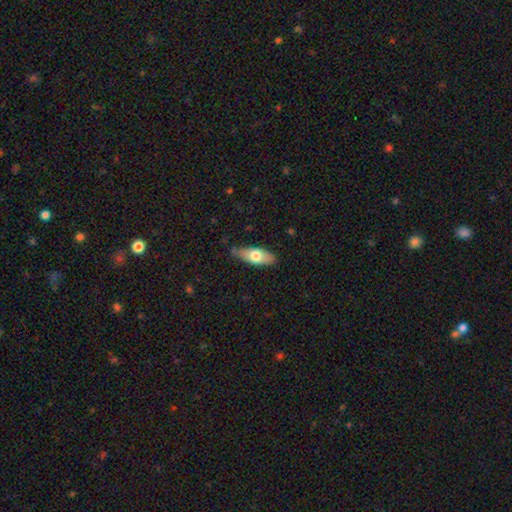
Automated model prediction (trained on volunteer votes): smooth_or_featured: smooth (p=0.66) [alt: featured or disk p=0.28]
how_rounded: in between (p=0.75) [alt: cigar-shaped p=0.23]
merging: none (p=0.73) [alt: minor disturbance p=0.22]